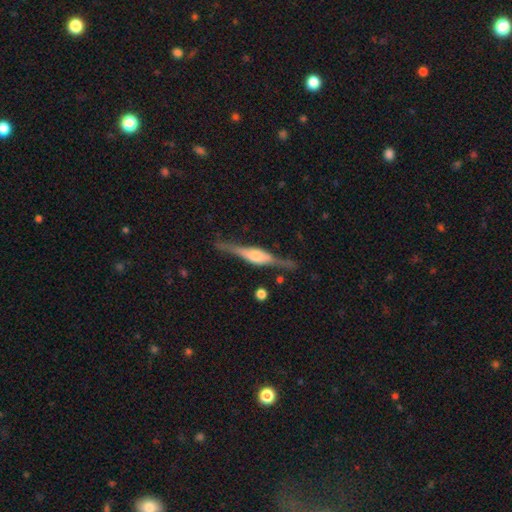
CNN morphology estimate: Q: Smooth or featured?
A: featured or disk (83%); runner-up: smooth (12%)
Q: Edge-on disk?
A: yes (97%); runner-up: no (3%)
Q: Edge-on bulge?
A: rounded (72%); runner-up: boxy (25%)
Q: Merging?
A: none (83%); runner-up: minor disturbance (12%)